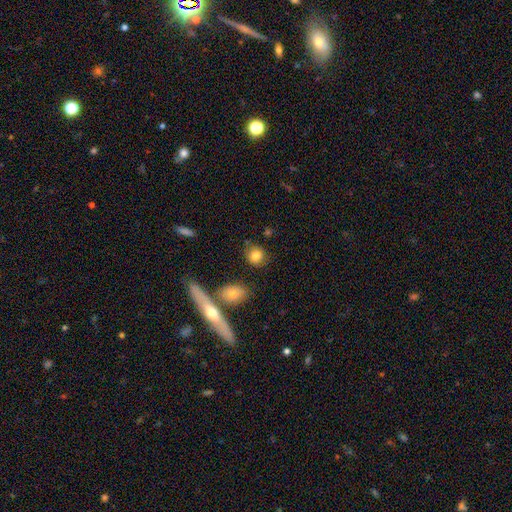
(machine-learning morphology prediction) This is clearly a smooth galaxy (82%). How rounded: clearly round (80%). Merging: clearly none (82%).